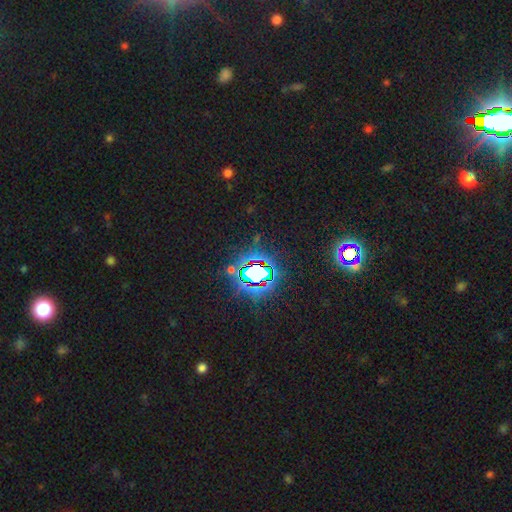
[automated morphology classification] The model was most divided on "smooth or featured": star or artifact: 85%, smooth: 9%, featured or disk: 7%.